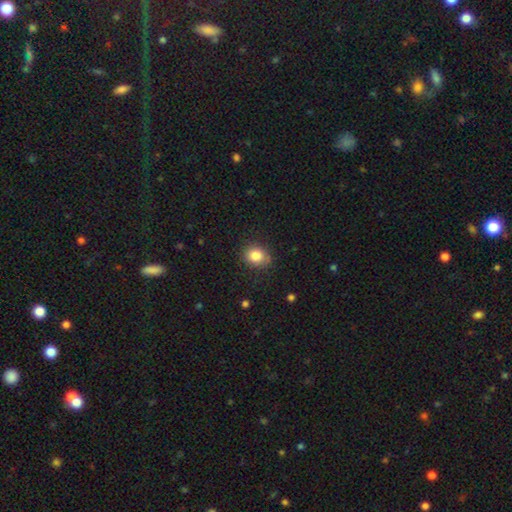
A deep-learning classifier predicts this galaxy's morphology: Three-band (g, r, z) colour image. It shows a smooth galaxy with no disk features (83%) that is round (59%). Merging: none (80%).